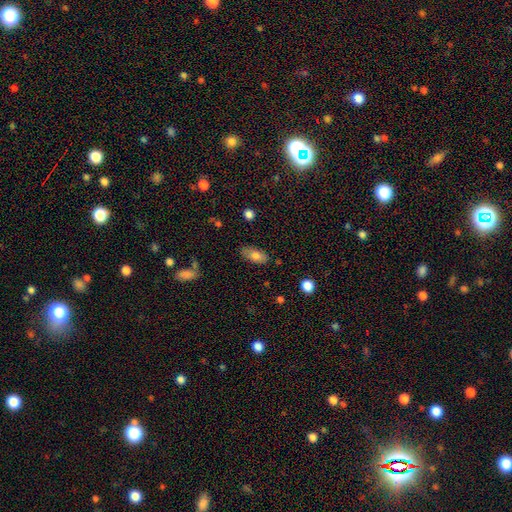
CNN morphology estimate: A smooth galaxy with no disk features (80%) that is in between round and cigar-shaped (88%). Merging: none (79%).